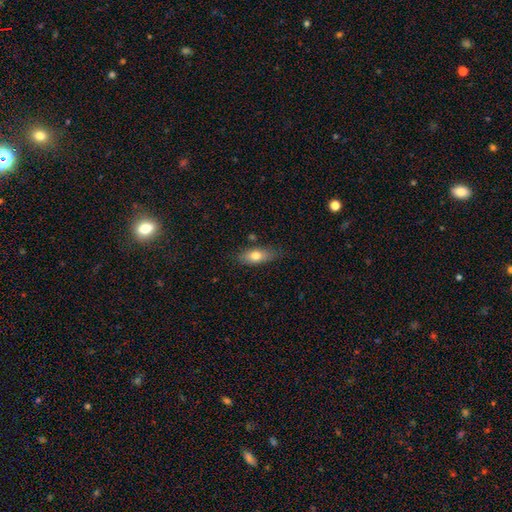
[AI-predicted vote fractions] Overall: smooth (72%). How rounded: in between (74%). Merging: none (77%).